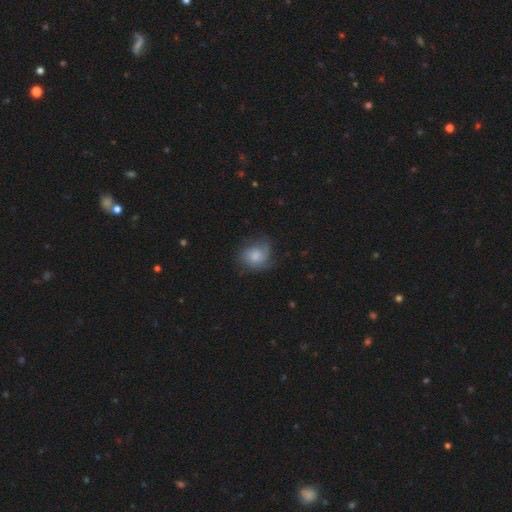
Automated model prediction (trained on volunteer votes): Overall: smooth (56%; featured or disk 36%). How rounded: round (58%; in between 41%). Merging: none (54%; minor disturbance 27%).